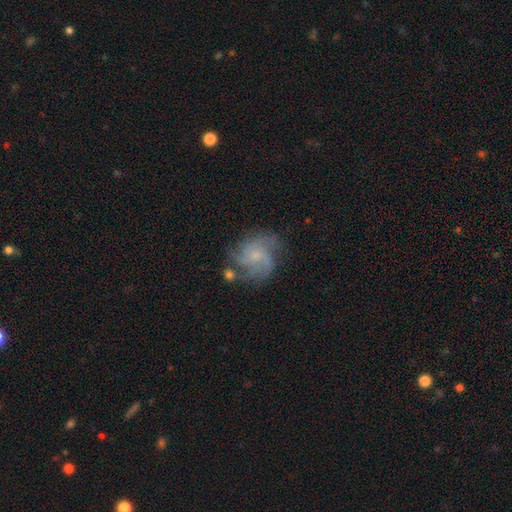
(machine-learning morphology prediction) Smooth or featured? featured or disk (75%)
Edge-on disk? no (98%)
Bar? no (72%)
Spiral arms? yes (93%)
Spiral winding? medium (46%)
Spiral arm count? 3 (30%)
Bulge size? small (67%)
Merging? none (62%)